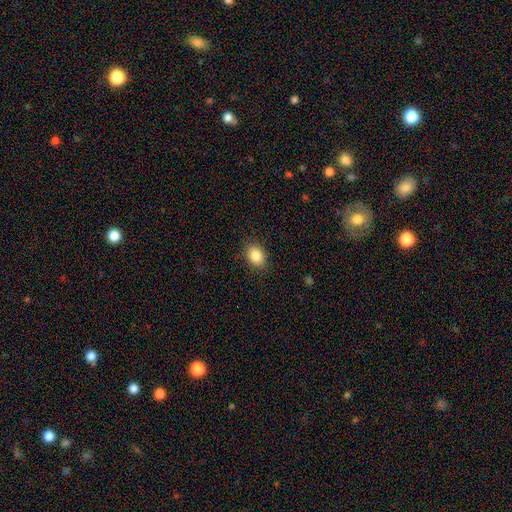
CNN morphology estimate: Overall: smooth (86%). How rounded: in between (75%). Merging: none (87%).